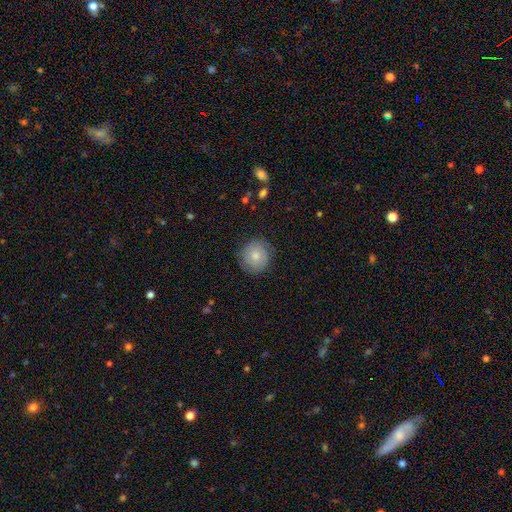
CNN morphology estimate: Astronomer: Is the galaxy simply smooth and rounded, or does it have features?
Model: smooth — 64%.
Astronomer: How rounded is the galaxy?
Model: round — 88%.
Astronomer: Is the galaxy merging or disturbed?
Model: none — 82%.